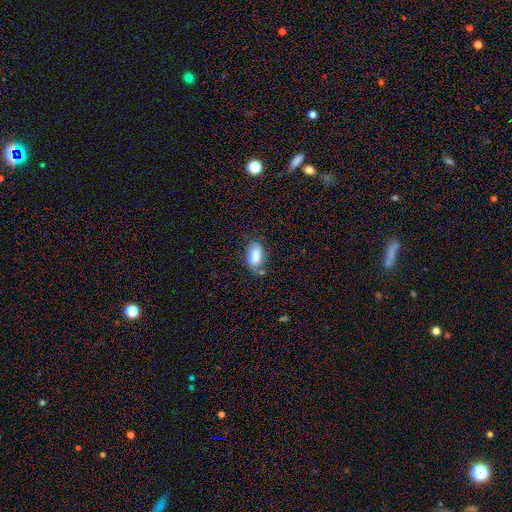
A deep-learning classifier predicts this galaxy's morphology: This is likely a smooth galaxy (70%). How rounded: clearly in between (92%). Merging: possibly none (57%).